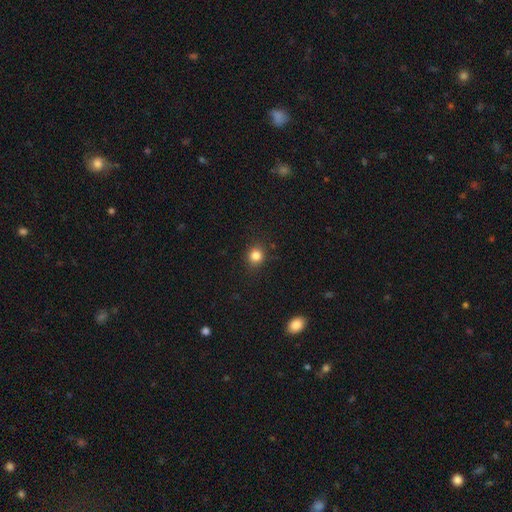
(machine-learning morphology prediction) Smooth or featured: smooth — 83% (star or artifact — 12%)
How rounded: round — 84% (in between — 16%)
Merging: none — 87% (minor disturbance — 9%)